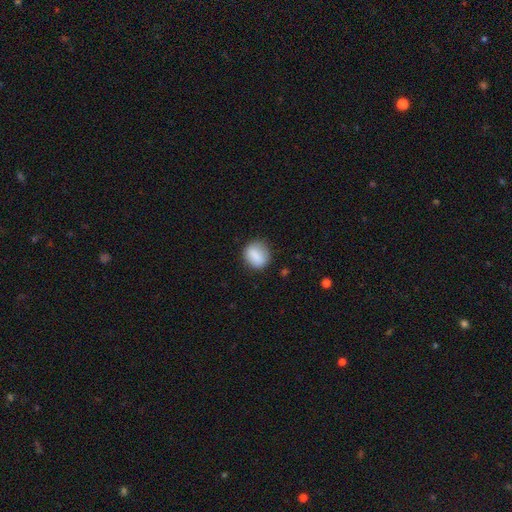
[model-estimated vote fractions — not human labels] Smooth or featured? smooth (84%)
How rounded? round (60%)
Merging? none (80%)